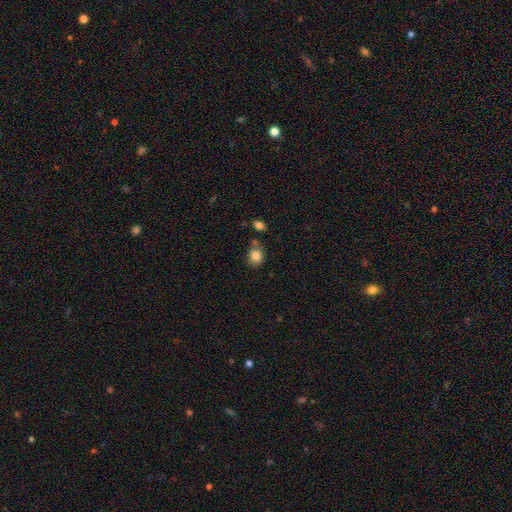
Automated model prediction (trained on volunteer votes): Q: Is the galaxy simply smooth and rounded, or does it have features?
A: smooth — 85%.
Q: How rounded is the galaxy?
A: round — 68%.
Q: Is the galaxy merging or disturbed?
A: none — 72%.